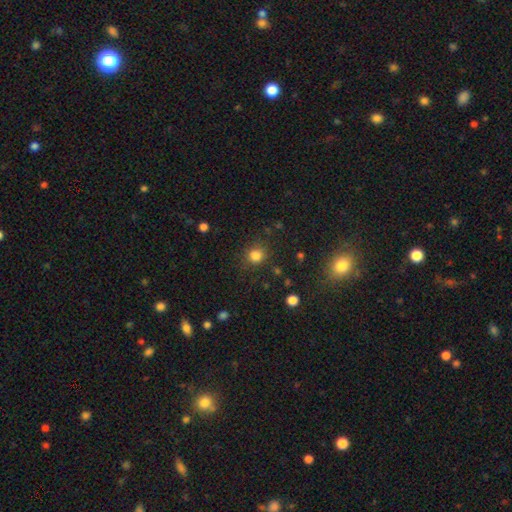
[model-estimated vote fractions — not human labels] Smooth or featured? smooth (81%)
How rounded? round (84%)
Merging? none (81%)